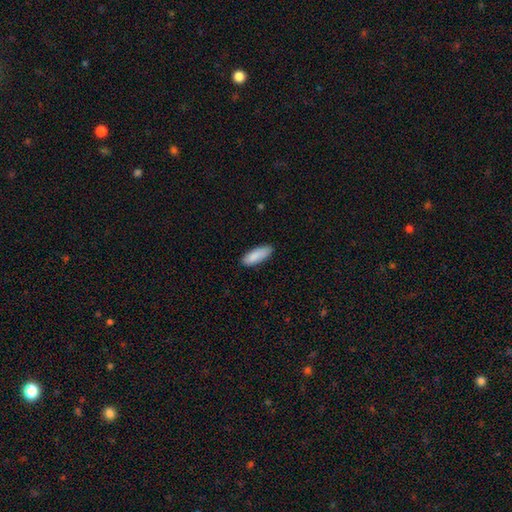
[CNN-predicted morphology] A smooth galaxy with no disk features (89%) that is in between round and cigar-shaped (63%).

Vote fractions:
- Smooth or featured? smooth: 89% / star or artifact: 6% / featured or disk: 5%
- How rounded? in between: 63% / cigar-shaped: 35% / round: 2%
- Merging? none: 85% / minor disturbance: 12% / major disturbance: 2% / merger: 1%